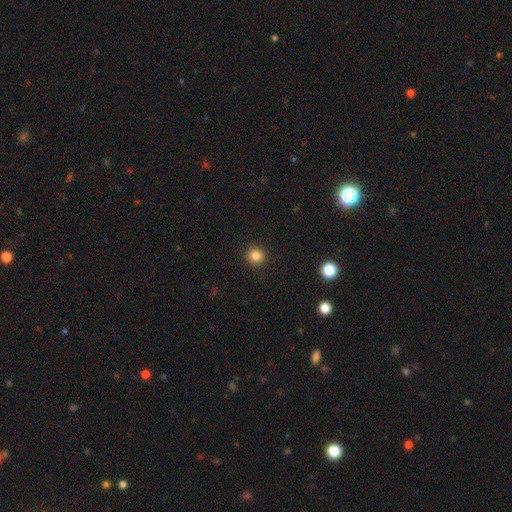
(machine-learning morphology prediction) smooth_or_featured: smooth (p=0.85) [alt: star or artifact p=0.11]
how_rounded: round (p=0.92) [alt: in between p=0.07]
merging: none (p=0.92) [alt: minor disturbance p=0.05]